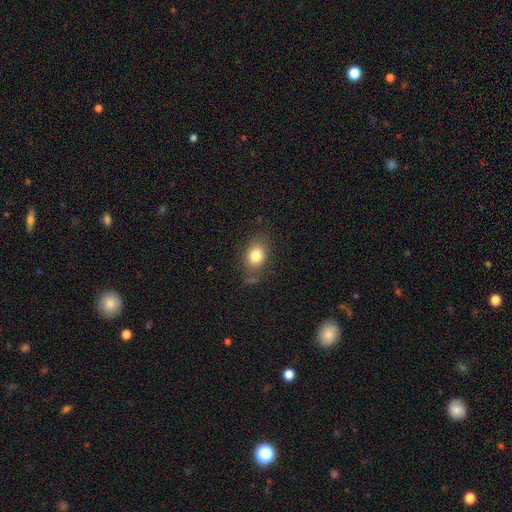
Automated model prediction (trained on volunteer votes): Q: Smooth or featured?
A: smooth (81%); runner-up: featured or disk (10%)
Q: How rounded?
A: in between (67%); runner-up: round (32%)
Q: Merging?
A: none (75%); runner-up: minor disturbance (17%)